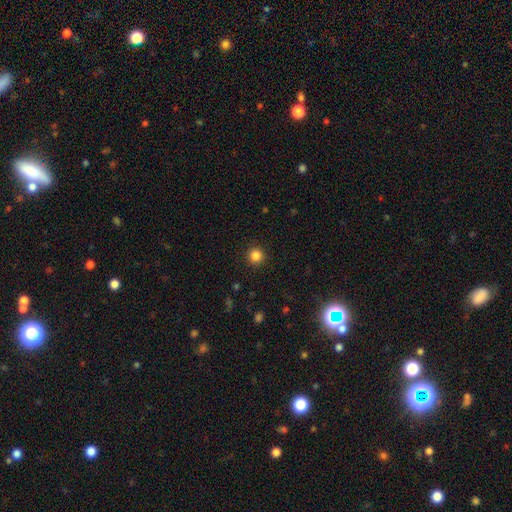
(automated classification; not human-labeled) smooth 84%, star or artifact 12%, featured or disk 4%. Down the decision tree: how rounded — round (95%); merging — none (92%).